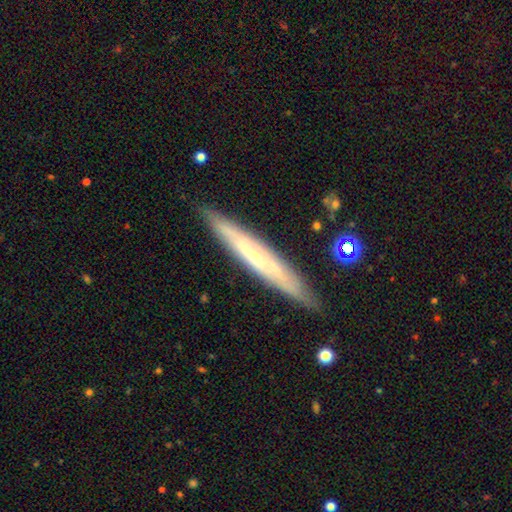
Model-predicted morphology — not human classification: Smooth or featured? Predicted: featured or disk (p=0.60). Edge-on disk? Predicted: yes (p=0.86). Edge-on bulge? Predicted: none (p=0.58). Merging? Predicted: none (p=0.88).